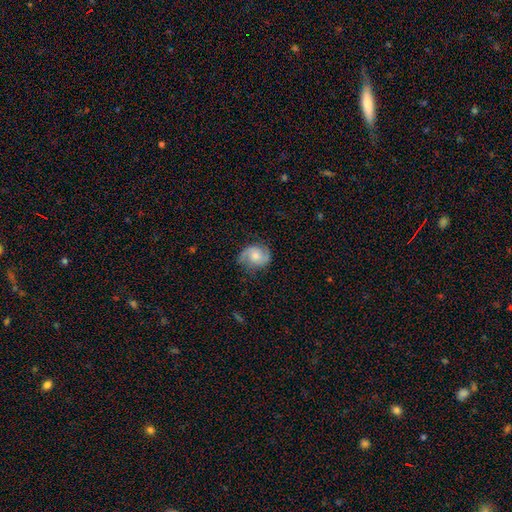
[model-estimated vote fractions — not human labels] The model was most divided on "spiral winding": medium: 48%, loose: 26%, tight: 25%. More confident: edge-on disk — no (97%); spiral arms — yes (94%); spiral arm count — 2 (87%); merging — none (71%); smooth or featured — featured or disk (66%); bar — no (65%); bulge size — moderate (51%).